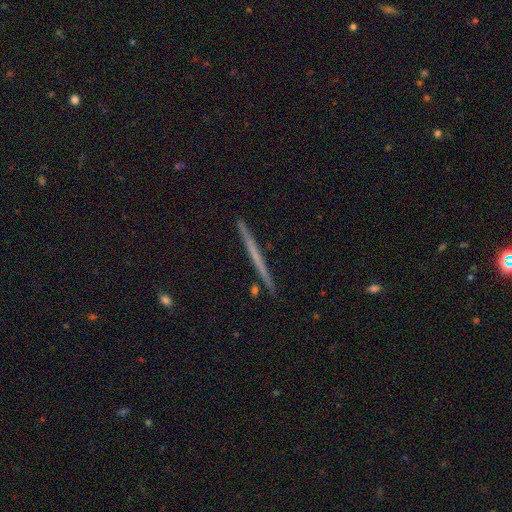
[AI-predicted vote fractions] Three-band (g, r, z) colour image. It shows a featured or disk galaxy (53%) viewed edge-on (98%) with no central bulge (92%). Merging: none (92%).